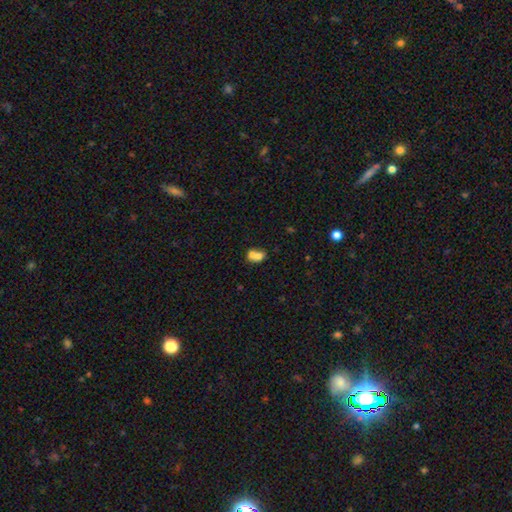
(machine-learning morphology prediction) Overall: smooth (70%). How rounded: in between (52%; round 47%). Merging: merger (69%).